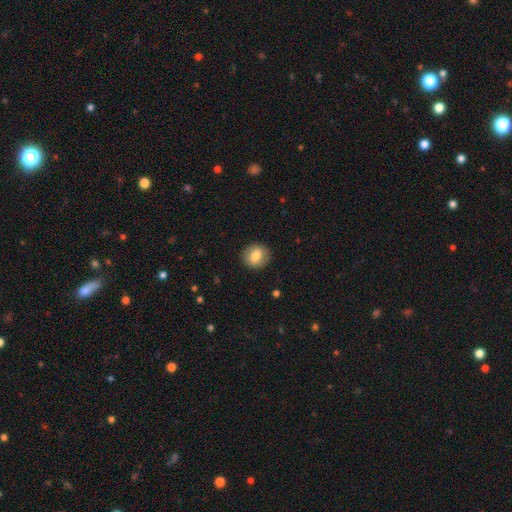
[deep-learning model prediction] This appears to be a smooth galaxy with no disk features (75%) that is round (81%). Merging: none (89%).